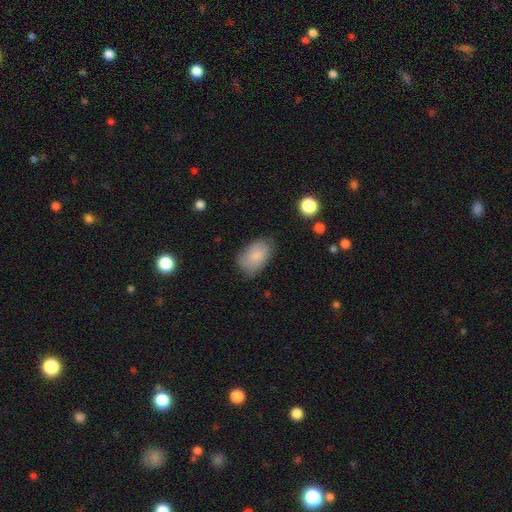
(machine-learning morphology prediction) Smooth or featured? Predicted: smooth (p=0.82). How rounded? Predicted: in between (p=0.91). Merging? Predicted: none (p=0.71).